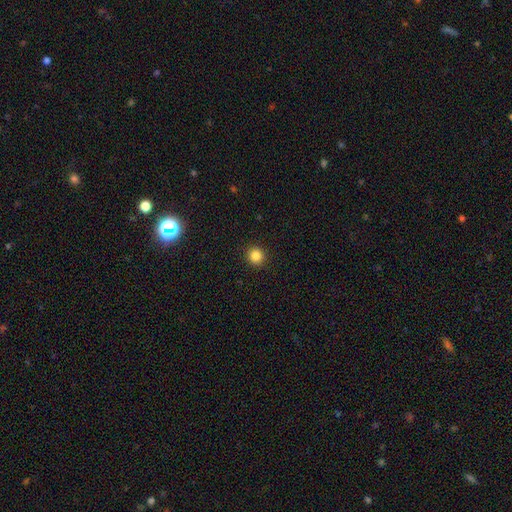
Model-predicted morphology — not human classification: type=smooth (84%); roundness=round (93%); merging=none (93%).